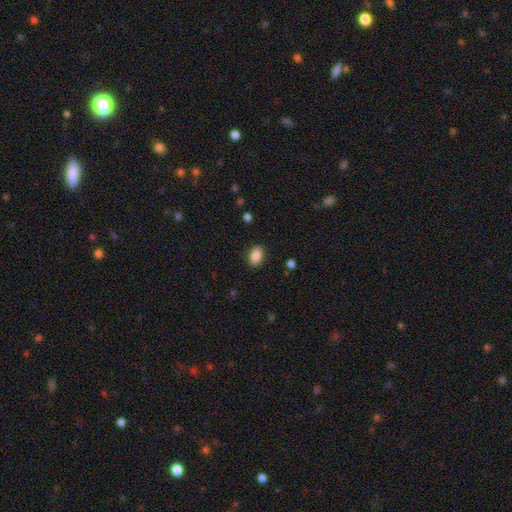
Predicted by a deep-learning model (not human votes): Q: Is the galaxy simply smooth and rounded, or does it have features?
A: smooth — 86%.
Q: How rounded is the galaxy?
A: in between — 87%.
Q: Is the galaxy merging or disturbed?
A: none — 87%.